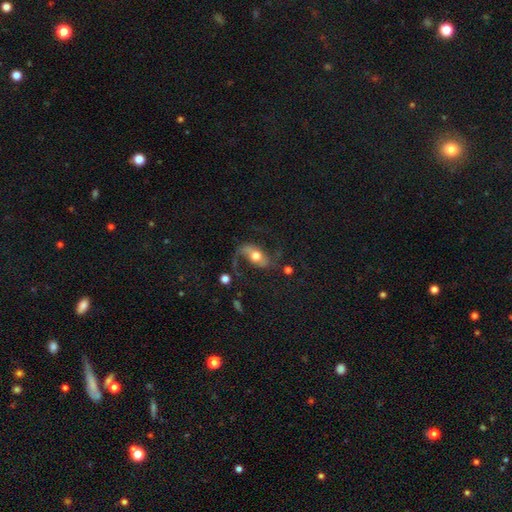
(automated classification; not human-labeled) Smooth or featured? Predicted: featured or disk (p=0.74). Edge-on disk? Predicted: no (p=0.94). Bar? Predicted: no (p=0.45). Spiral arms? Predicted: yes (p=0.89). Spiral winding? Predicted: loose (p=0.67). Spiral arm count? Predicted: 2 (p=0.86). Bulge size? Predicted: moderate (p=0.63). Merging? Predicted: none (p=0.59).